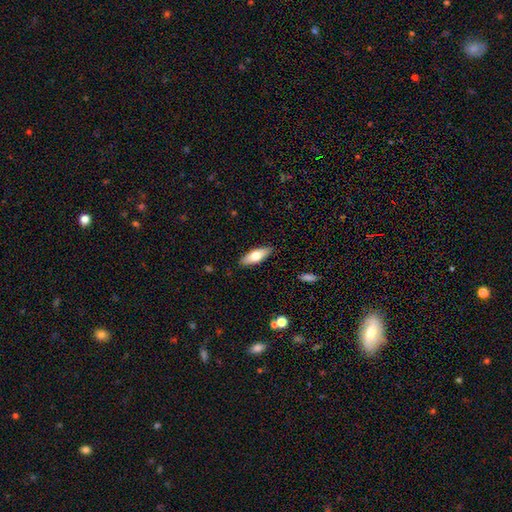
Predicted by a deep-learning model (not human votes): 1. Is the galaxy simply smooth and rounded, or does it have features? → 70% smooth, 24% featured or disk, 6% star or artifact.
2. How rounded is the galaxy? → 68% in between, 30% cigar-shaped, 2% round.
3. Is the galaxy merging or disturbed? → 88% none, 9% minor disturbance, 2% major disturbance, 1% merger.